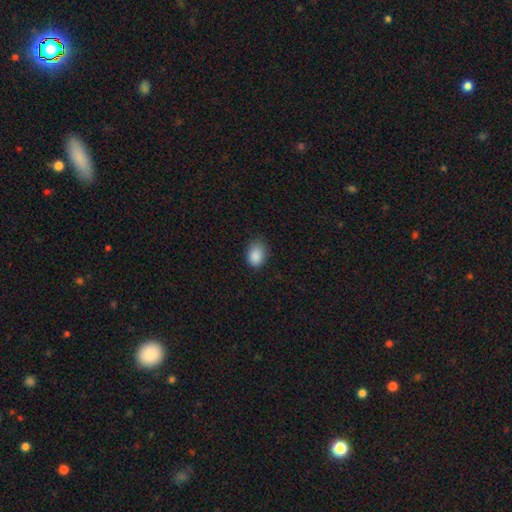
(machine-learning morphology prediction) Overall: smooth (88%). How rounded: in between (69%; round 30%). Merging: none (73%).